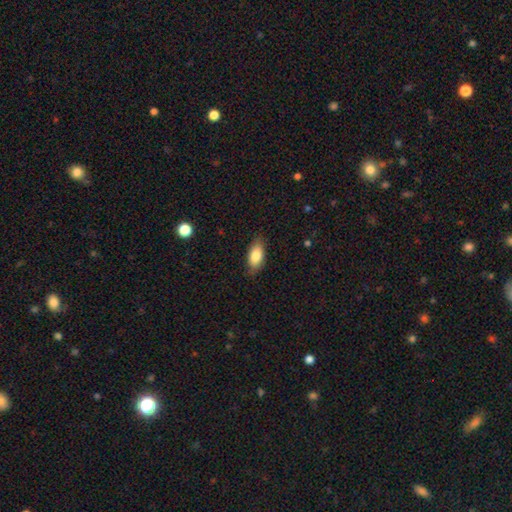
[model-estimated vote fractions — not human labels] Smooth or featured?
  - smooth: 83% *
  - featured or disk: 10%
  - star or artifact: 7%
How rounded?
  - in between: 88% *
  - cigar-shaped: 9%
  - round: 3%
Merging?
  - none: 84% *
  - minor disturbance: 13%
  - major disturbance: 3%
  - merger: 1%